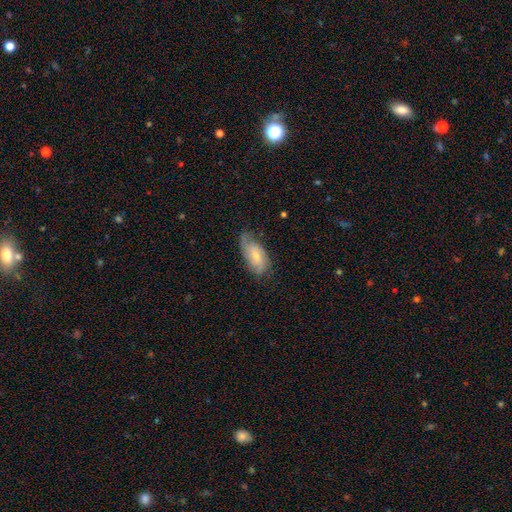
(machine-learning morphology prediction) A featured or disk galaxy (49%).

Vote fractions:
- Smooth or featured? featured or disk: 49% / smooth: 44% / star or artifact: 7%
- Merging? none: 61% / minor disturbance: 28% / major disturbance: 9% / merger: 1%